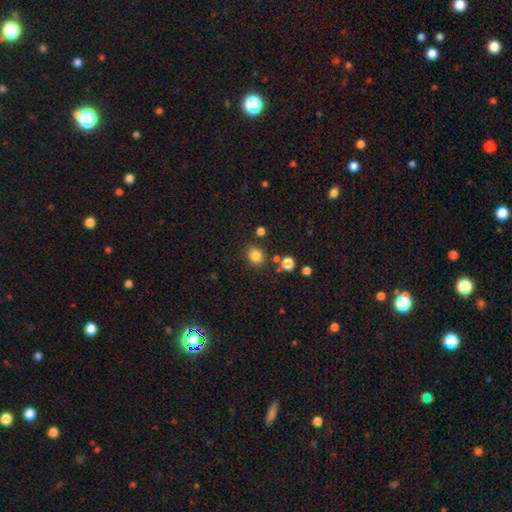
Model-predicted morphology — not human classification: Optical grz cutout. It shows a smooth galaxy with no disk features (82%) that is round (76%). Merging: none (82%).